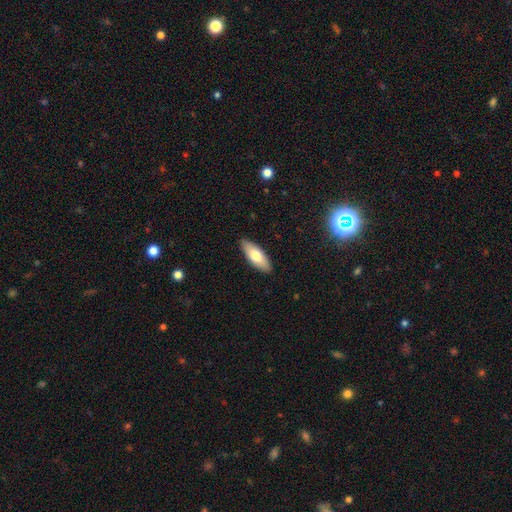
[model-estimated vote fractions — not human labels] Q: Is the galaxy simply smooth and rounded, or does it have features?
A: smooth — 73%.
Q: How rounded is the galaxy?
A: in between — 74%.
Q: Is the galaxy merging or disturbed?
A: none — 89%.